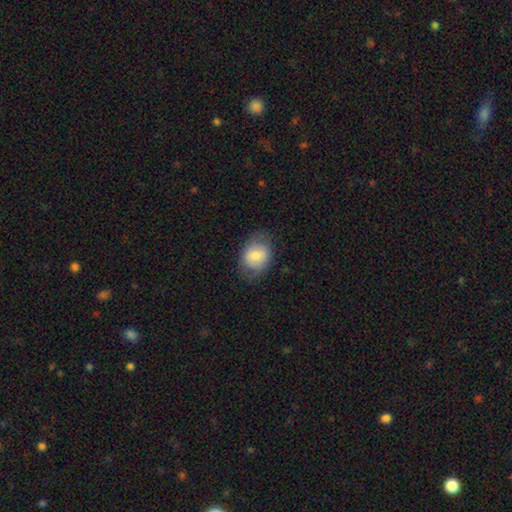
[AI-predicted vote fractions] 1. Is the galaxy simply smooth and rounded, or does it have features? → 75% smooth, 17% featured or disk, 7% star or artifact.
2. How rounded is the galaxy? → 59% in between, 40% round, 1% cigar-shaped.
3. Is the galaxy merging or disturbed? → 72% none, 20% minor disturbance, 7% major disturbance, 1% merger.